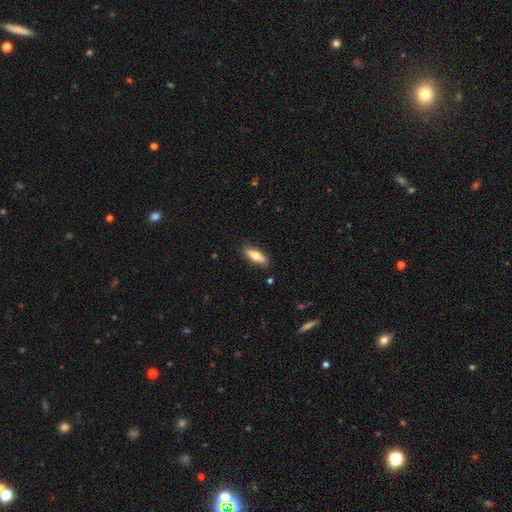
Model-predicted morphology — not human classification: smooth_or_featured: smooth (p=0.64) [alt: featured or disk p=0.30]
how_rounded: in between (p=0.57) [alt: cigar-shaped p=0.40]
merging: none (p=0.85) [alt: minor disturbance p=0.11]